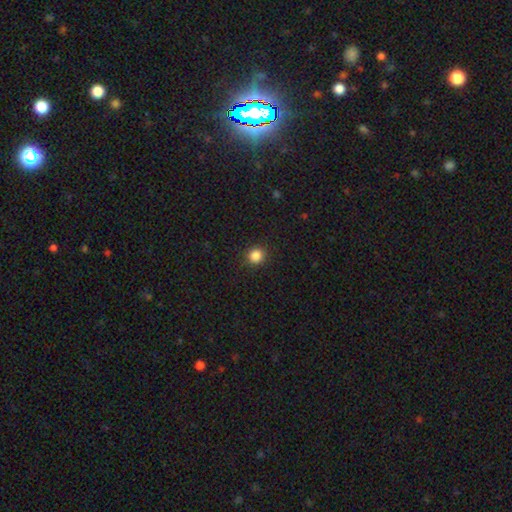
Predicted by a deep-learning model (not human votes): smooth 85%, star or artifact 11%, featured or disk 3%. Down the decision tree: how rounded — round (92%); merging — none (91%).